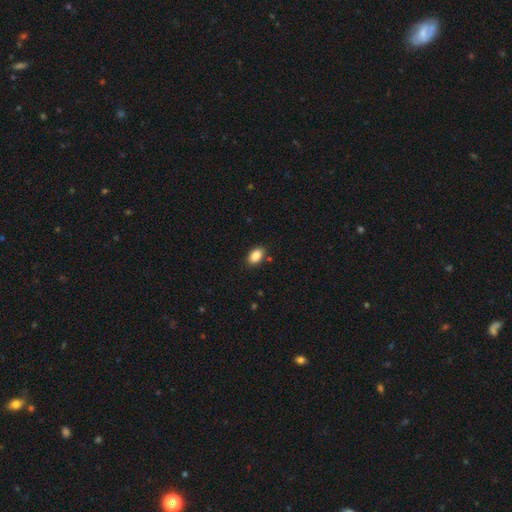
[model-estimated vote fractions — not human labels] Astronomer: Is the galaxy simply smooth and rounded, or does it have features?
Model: smooth — 88%.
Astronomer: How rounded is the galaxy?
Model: in between — 90%.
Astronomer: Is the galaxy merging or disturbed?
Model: none — 87%.